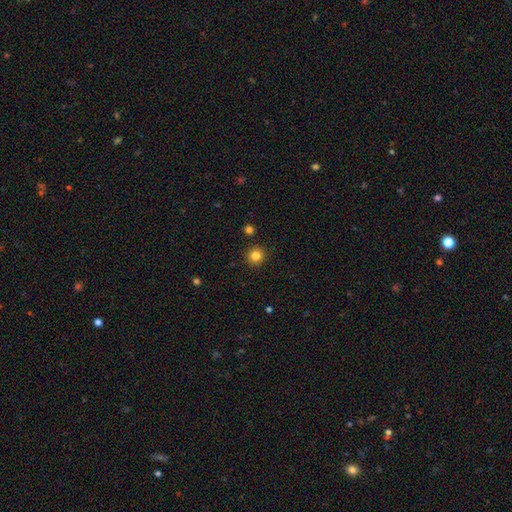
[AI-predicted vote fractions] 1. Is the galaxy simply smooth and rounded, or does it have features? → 83% smooth, 12% star or artifact, 5% featured or disk.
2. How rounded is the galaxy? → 93% round, 6% in between, 1% cigar-shaped.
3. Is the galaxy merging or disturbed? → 91% none, 5% minor disturbance, 2% merger, 2% major disturbance.